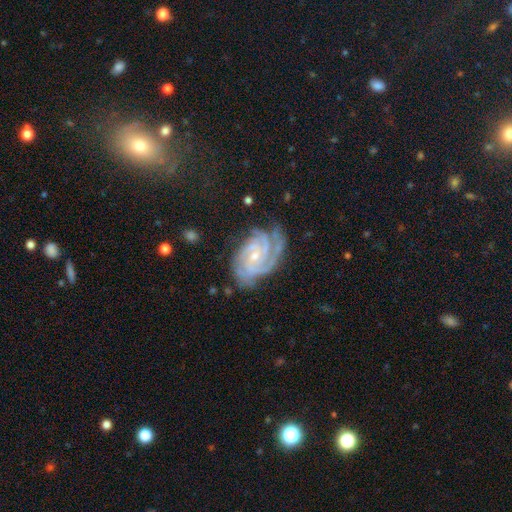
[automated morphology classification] Q: Smooth or featured?
A: featured or disk (91%); runner-up: star or artifact (5%)
Q: Edge-on disk?
A: no (98%); runner-up: yes (2%)
Q: Bar?
A: no (56%); runner-up: weak (34%)
Q: Spiral arms?
A: yes (99%); runner-up: no (1%)
Q: Spiral winding?
A: tight (74%); runner-up: medium (23%)
Q: Spiral arm count?
A: 3 (46%); runner-up: 2 (18%)
Q: Bulge size?
A: small (70%); runner-up: moderate (27%)
Q: Merging?
A: none (71%); runner-up: minor disturbance (21%)